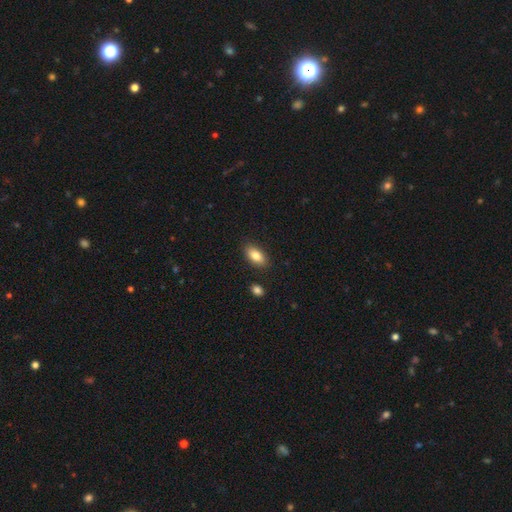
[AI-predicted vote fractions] Q: Smooth or featured?
A: smooth (83%); runner-up: featured or disk (10%)
Q: How rounded?
A: in between (91%); runner-up: cigar-shaped (6%)
Q: Merging?
A: none (87%); runner-up: minor disturbance (9%)